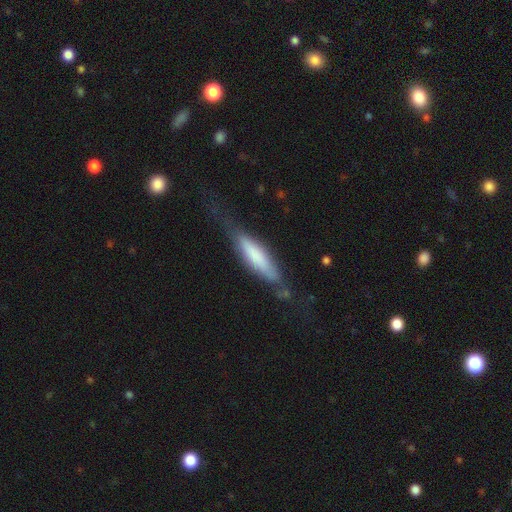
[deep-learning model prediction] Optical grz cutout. It shows a smooth galaxy with no disk features (61%) that is cigar-shaped (72%). Merging: none (51%).